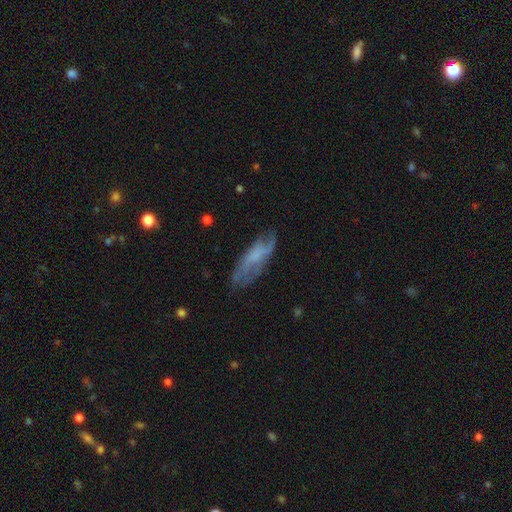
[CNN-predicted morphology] smooth-or-featured: featured or disk: 51% | smooth: 40% | star or artifact: 9%
  disk-edge-on: no: 79% | yes: 21%
  merging: none: 57% | minor disturbance: 27% | major disturbance: 14% | merger: 2%